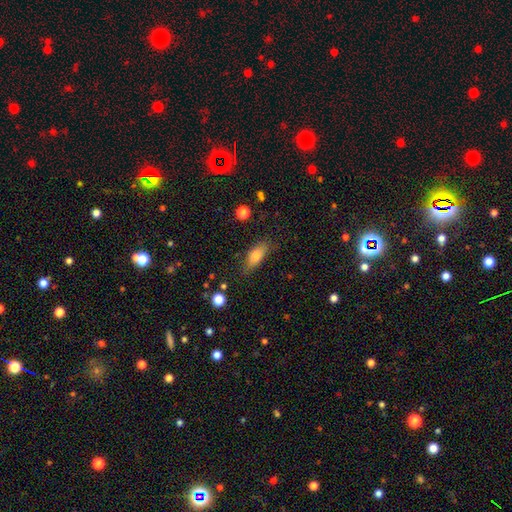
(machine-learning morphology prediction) This is likely a smooth galaxy (76%). How rounded: likely in between (76%). Merging: likely none (74%).